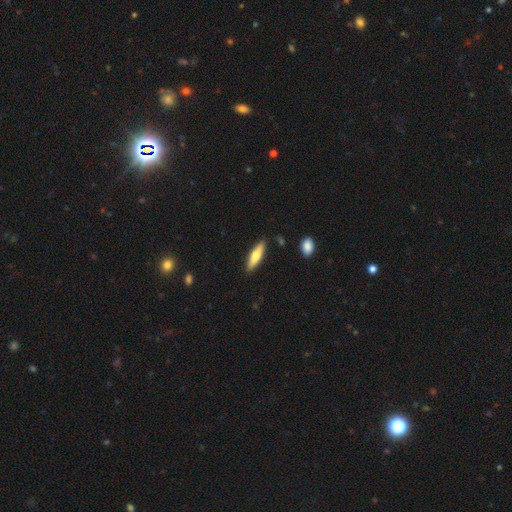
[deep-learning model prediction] Overall: smooth (66%; featured or disk 28%). How rounded: cigar-shaped (70%). Merging: none (87%).